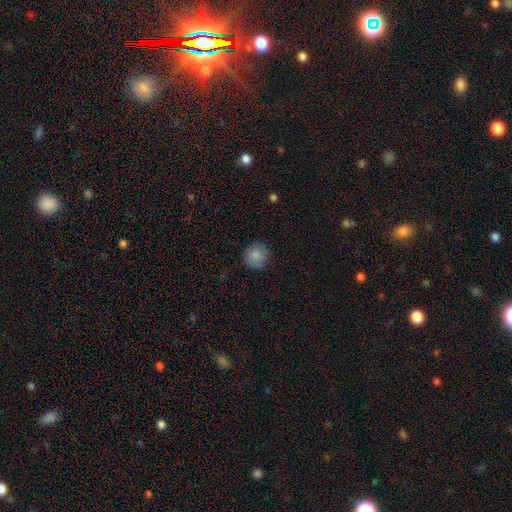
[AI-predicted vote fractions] The model was most divided on "smooth or featured": smooth: 86%, star or artifact: 9%, featured or disk: 5%. More confident: how rounded — round (94%); merging — none (88%).